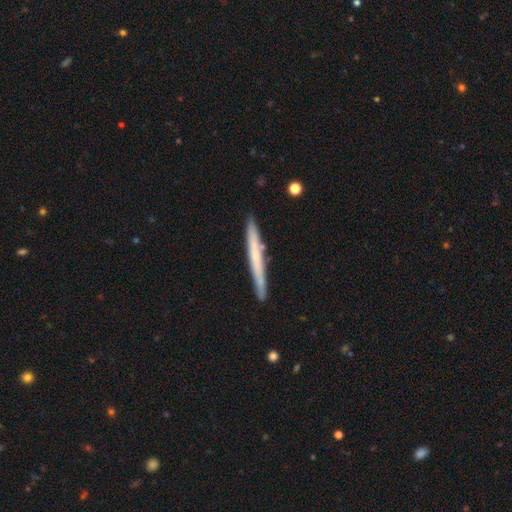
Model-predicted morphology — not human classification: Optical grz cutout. It shows a smooth galaxy with no disk features (48%). Merging: none (87%).